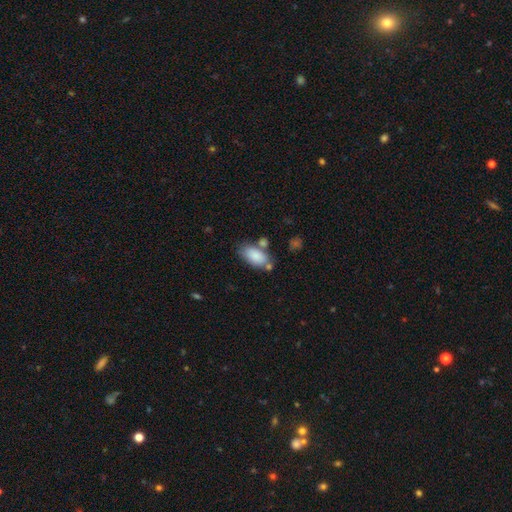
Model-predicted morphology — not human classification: Smooth or featured: smooth — 85% (featured or disk — 8%)
How rounded: in between — 93% (round — 4%)
Merging: none — 60% (merger — 18%)